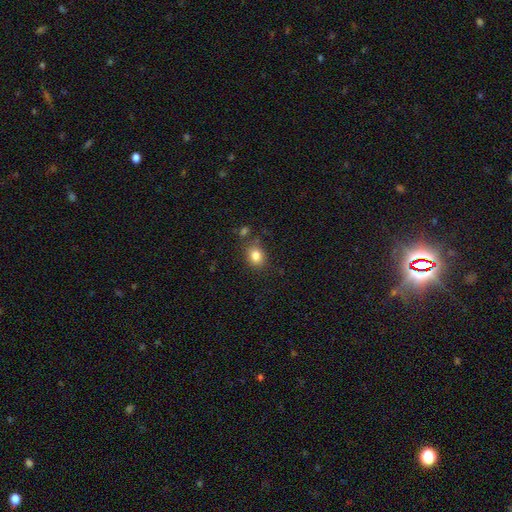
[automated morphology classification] A smooth galaxy with no disk features (83%) that is round (52%). Merging: none (77%).